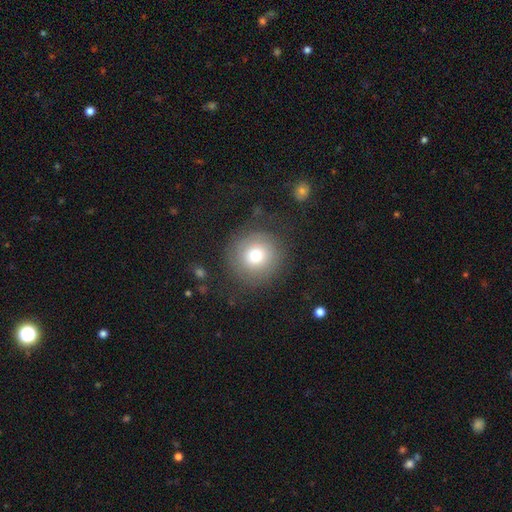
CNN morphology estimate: Smooth or featured? smooth (69%)
How rounded? round (94%)
Merging? none (74%)